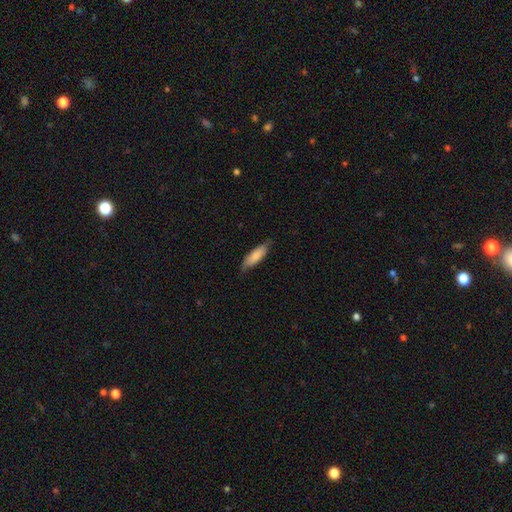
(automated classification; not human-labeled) Morphology: type=smooth (78%); roundness=in between (55%); merging=none (74%).